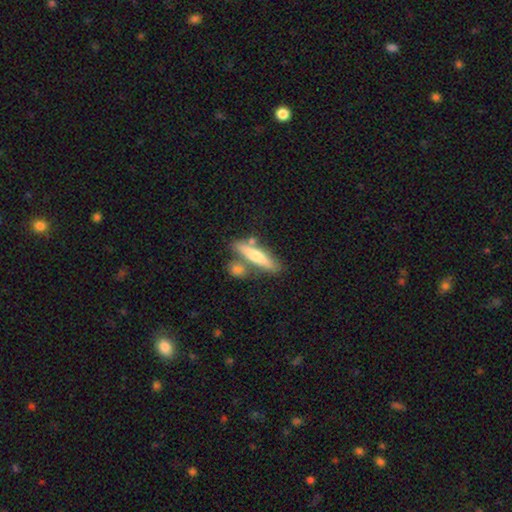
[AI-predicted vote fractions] Q: Smooth or featured?
A: smooth (52%); runner-up: featured or disk (41%)
Q: How rounded?
A: cigar-shaped (82%); runner-up: in between (16%)
Q: Merging?
A: none (66%); runner-up: merger (18%)